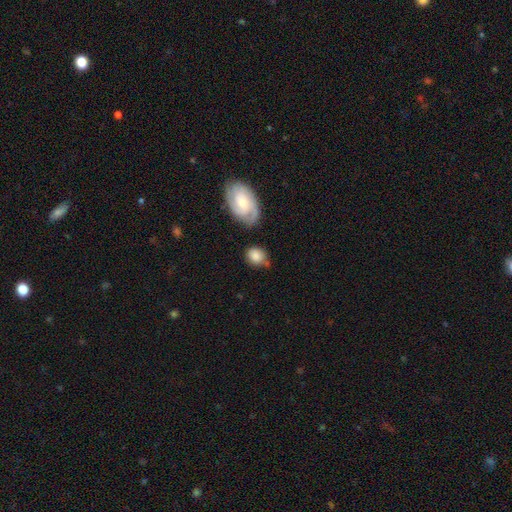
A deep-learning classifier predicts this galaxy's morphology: Q: Smooth or featured?
A: smooth (75%); runner-up: featured or disk (18%)
Q: How rounded?
A: round (58%); runner-up: in between (40%)
Q: Merging?
A: none (58%); runner-up: minor disturbance (24%)